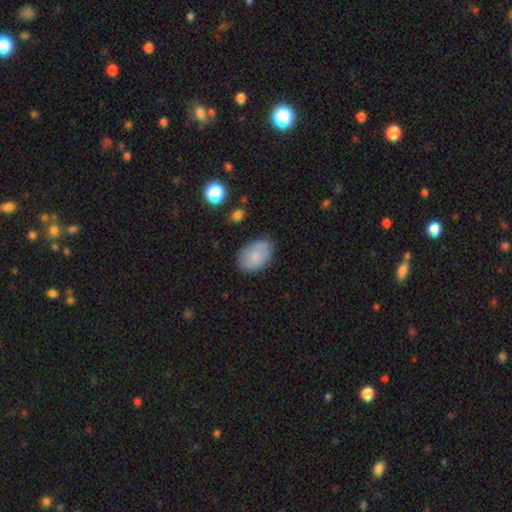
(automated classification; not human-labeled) Morphology: type=smooth (80%); roundness=in between (87%); merging=none (72%).